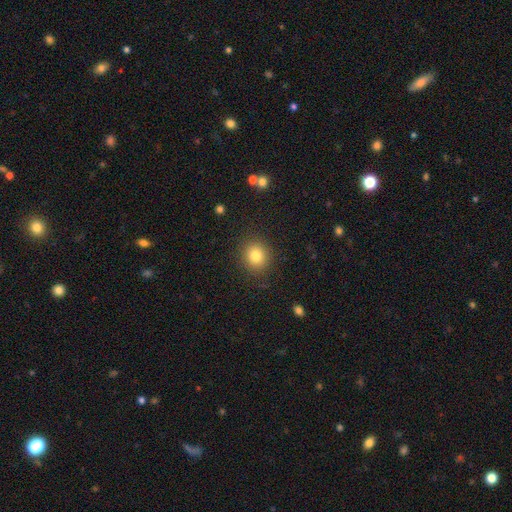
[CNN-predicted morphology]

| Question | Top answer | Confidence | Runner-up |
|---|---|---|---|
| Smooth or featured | smooth | 81% | star or artifact (12%) |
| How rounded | round | 84% | in between (15%) |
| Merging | none | 88% | minor disturbance (8%) |